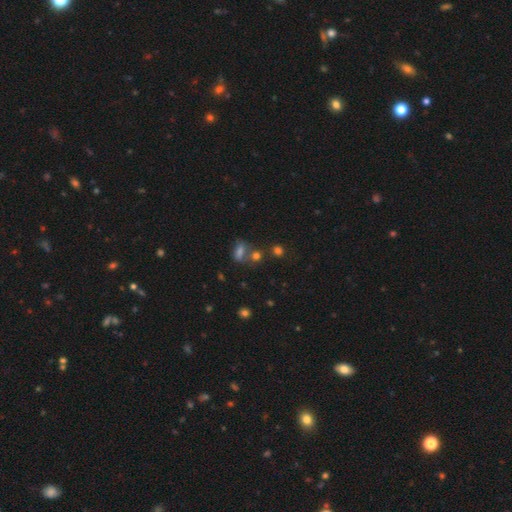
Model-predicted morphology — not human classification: A smooth galaxy with no disk features (55%) that is round (49%).

Vote fractions:
- Smooth or featured? smooth: 55% / star or artifact: 32% / featured or disk: 13%
- How rounded? round: 49% / in between: 44% / cigar-shaped: 7%
- Merging? none: 55% / merger: 27% / minor disturbance: 12% / major disturbance: 6%